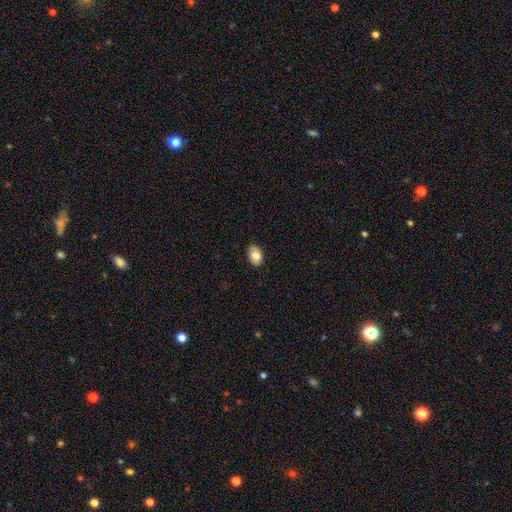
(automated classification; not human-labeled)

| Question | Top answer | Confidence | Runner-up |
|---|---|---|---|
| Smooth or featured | smooth | 80% | featured or disk (12%) |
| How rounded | in between | 85% | round (14%) |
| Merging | none | 86% | minor disturbance (12%) |